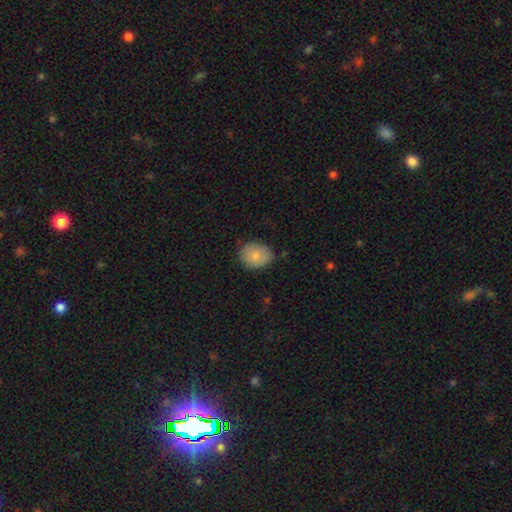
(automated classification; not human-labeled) Morphology: type=smooth (80%); roundness=round (51%); merging=none (76%).